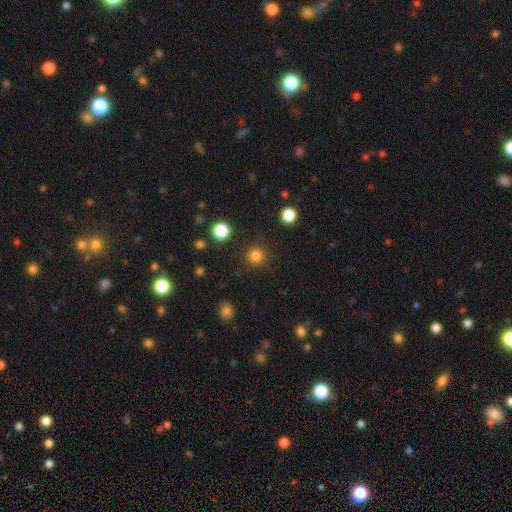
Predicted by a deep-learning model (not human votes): smooth 82%, star or artifact 14%, featured or disk 4%. Down the decision tree: how rounded — round (95%); merging — none (90%).